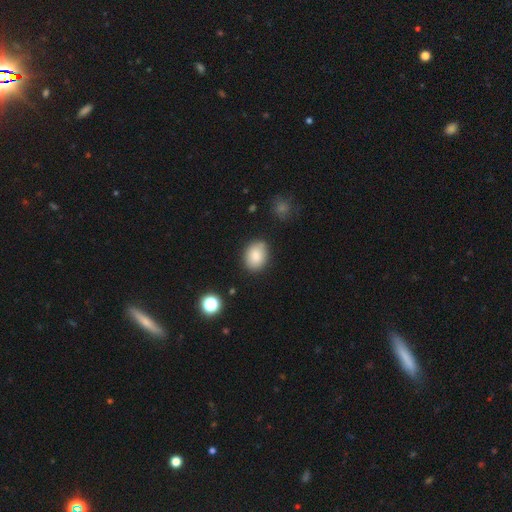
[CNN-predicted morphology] The model was most divided on "how rounded": in between: 64%, round: 35%, cigar-shaped: 1%. More confident: smooth or featured — smooth (85%); merging — none (82%).